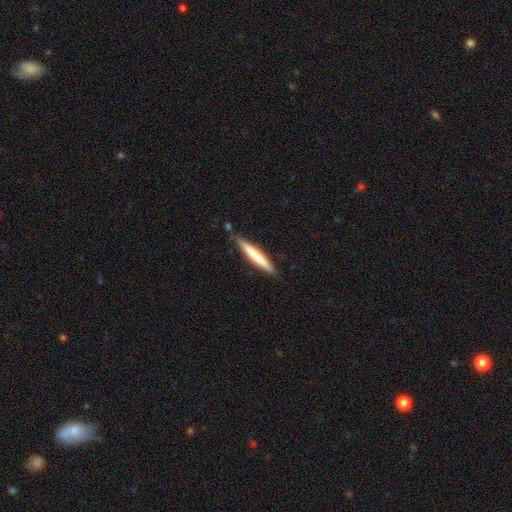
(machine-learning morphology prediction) This appears to be a smooth galaxy with no disk features (68%) that is cigar-shaped (95%). Merging: none (81%).